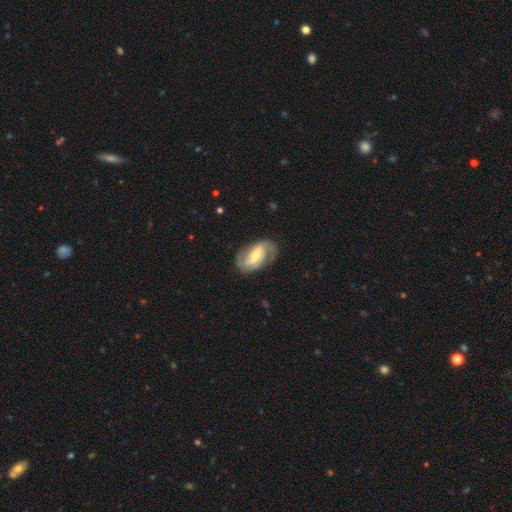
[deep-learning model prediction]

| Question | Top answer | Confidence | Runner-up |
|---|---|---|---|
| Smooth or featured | featured or disk | 80% | smooth (15%) |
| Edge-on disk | no | 97% | yes (3%) |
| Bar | weak | 42% | strong (30%) |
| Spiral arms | yes | 94% | no (6%) |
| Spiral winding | medium | 47% | tight (28%) |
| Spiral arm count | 2 | 88% | can't tell (6%) |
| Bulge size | small | 55% | moderate (36%) |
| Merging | none | 76% | minor disturbance (15%) |